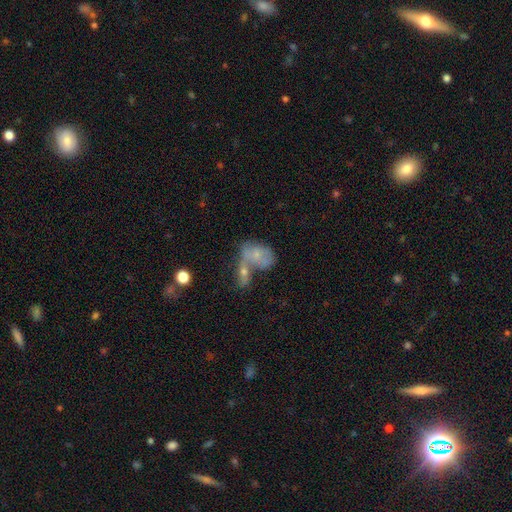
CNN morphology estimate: This appears to be a smooth galaxy with no disk features (53%) that is in between round and cigar-shaped (78%). Merging: merger (57%).